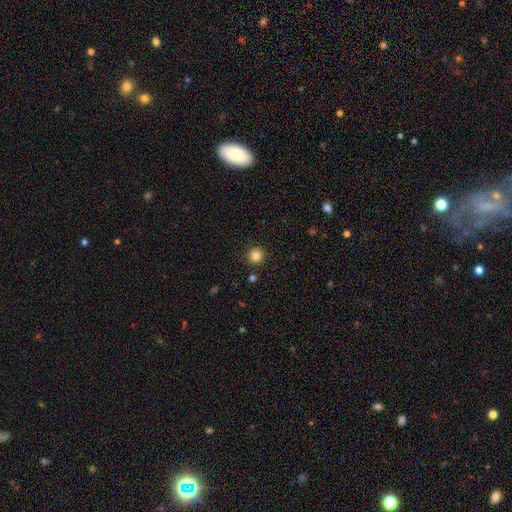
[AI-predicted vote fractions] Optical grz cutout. It shows a smooth galaxy with no disk features (84%) that is round (94%). Merging: none (91%).